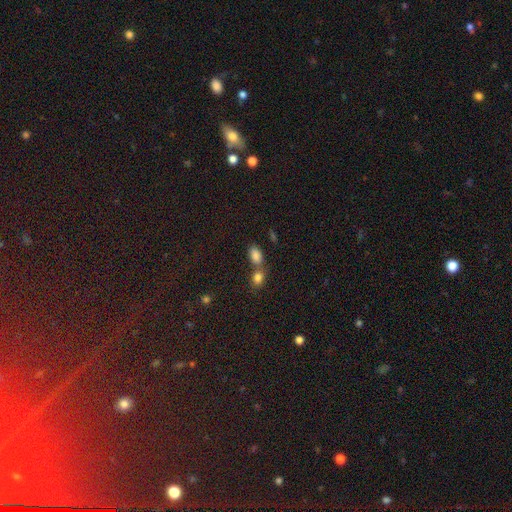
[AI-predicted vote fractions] The model was most divided on "merging": none: 46%, merger: 40%, minor disturbance: 10%, major disturbance: 4%. More confident: how rounded — in between (87%); smooth or featured — smooth (84%).